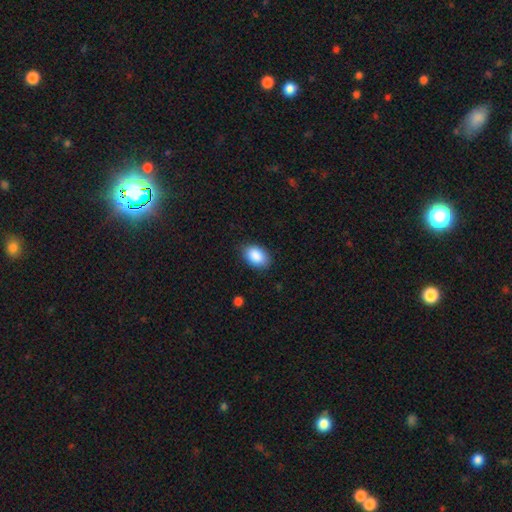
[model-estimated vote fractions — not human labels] Smooth or featured? smooth (90%)
How rounded? in between (88%)
Merging? none (84%)